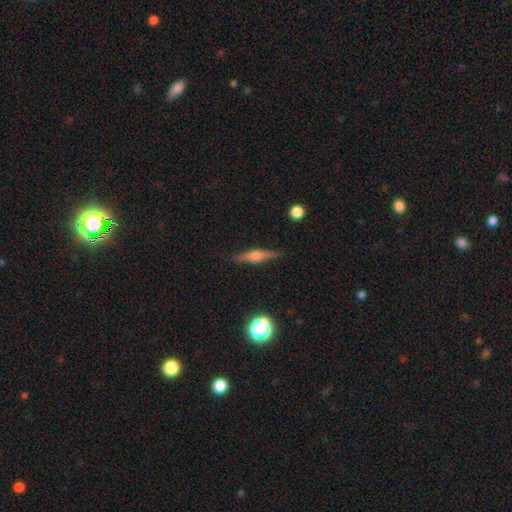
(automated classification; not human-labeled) Smooth or featured? Predicted: featured or disk (p=0.67). Edge-on disk? Predicted: yes (p=0.97). Edge-on bulge? Predicted: rounded (p=0.86). Merging? Predicted: none (p=0.89).